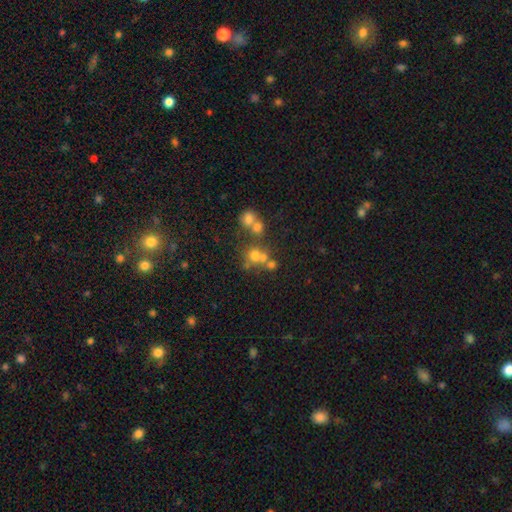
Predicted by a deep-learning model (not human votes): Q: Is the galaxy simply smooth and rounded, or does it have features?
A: smooth — 58%.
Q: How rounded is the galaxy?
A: round — 84%.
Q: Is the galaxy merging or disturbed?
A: none — 48%.